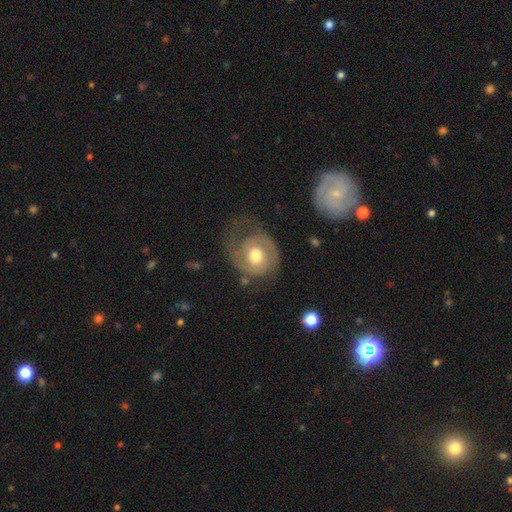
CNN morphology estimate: smooth_or_featured: featured or disk (p=0.67) [alt: smooth p=0.27]
disk_edge_on: no (p=0.97) [alt: yes p=0.03]
bar: no (p=0.73) [alt: weak p=0.23]
has_spiral_arms: yes (p=0.84) [alt: no p=0.16]
spiral_winding: tight (p=0.48) [alt: medium p=0.36]
spiral_arm_count: 2 (p=0.58) [alt: 1 p=0.23]
bulge_size: moderate (p=0.71) [alt: large p=0.18]
merging: none (p=0.46) [alt: major disturbance p=0.28]